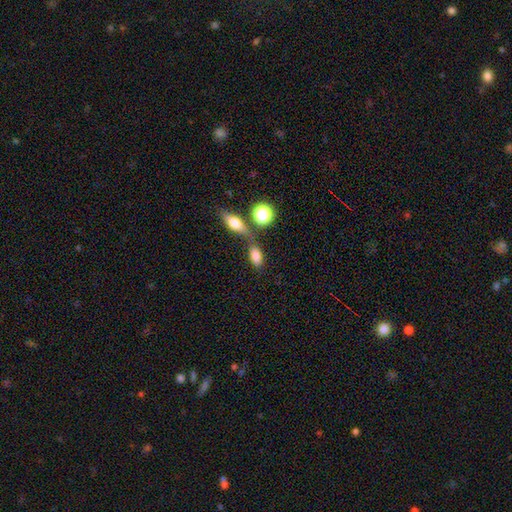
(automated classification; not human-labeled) A smooth galaxy with no disk features (79%) that is in between round and cigar-shaped (82%). Merging: none (50%).